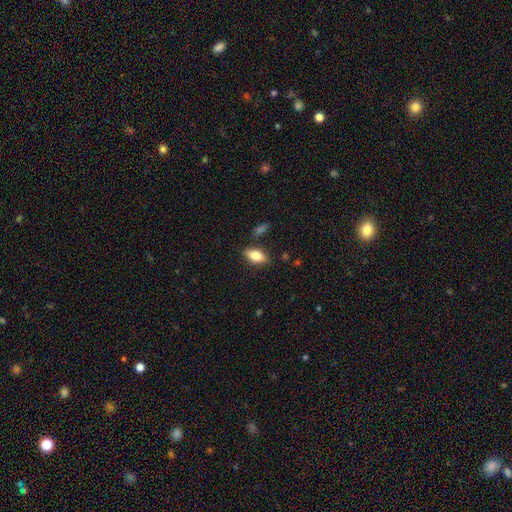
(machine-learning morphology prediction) Smooth or featured?
  - smooth: 77% *
  - featured or disk: 15%
  - star or artifact: 7%
How rounded?
  - in between: 86% *
  - cigar-shaped: 9%
  - round: 4%
Merging?
  - none: 81% *
  - minor disturbance: 13%
  - merger: 3%
  - major disturbance: 3%